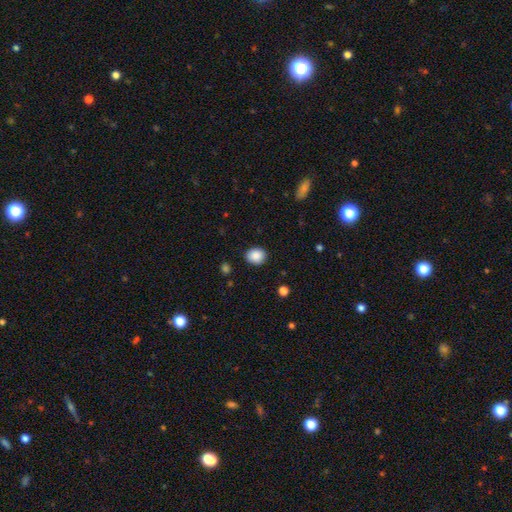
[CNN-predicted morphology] smooth_or_featured: smooth (p=0.88) [alt: star or artifact p=0.08]
how_rounded: round (p=0.62) [alt: in between p=0.37]
merging: none (p=0.89) [alt: minor disturbance p=0.08]